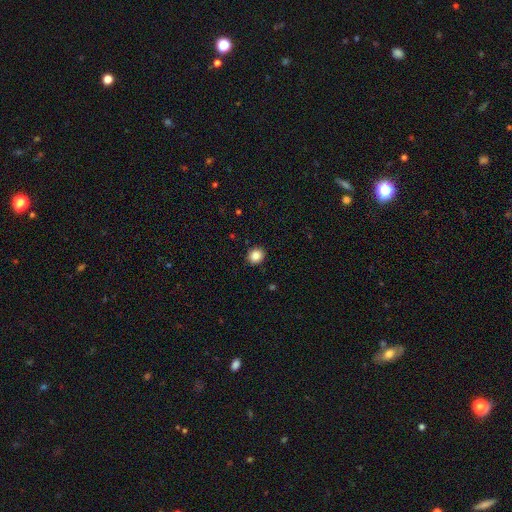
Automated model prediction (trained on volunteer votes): Smooth or featured?
  - smooth: 86% *
  - star or artifact: 10%
  - featured or disk: 4%
How rounded?
  - round: 79% *
  - in between: 21%
  - cigar-shaped: 1%
Merging?
  - none: 90% *
  - minor disturbance: 7%
  - major disturbance: 2%
  - merger: 1%